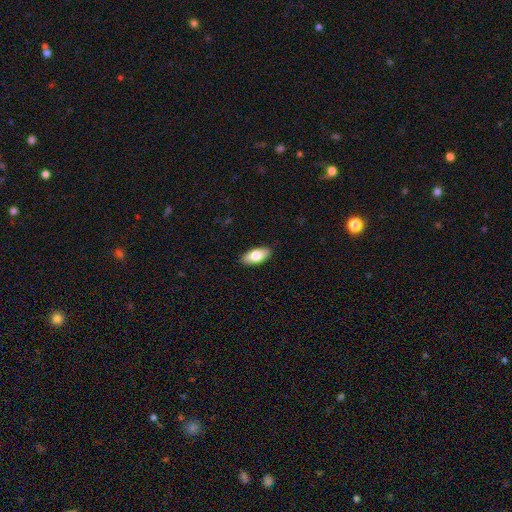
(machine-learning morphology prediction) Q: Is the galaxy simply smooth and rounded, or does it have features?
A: smooth — 79%.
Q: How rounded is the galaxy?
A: in between — 88%.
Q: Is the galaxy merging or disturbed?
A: none — 89%.